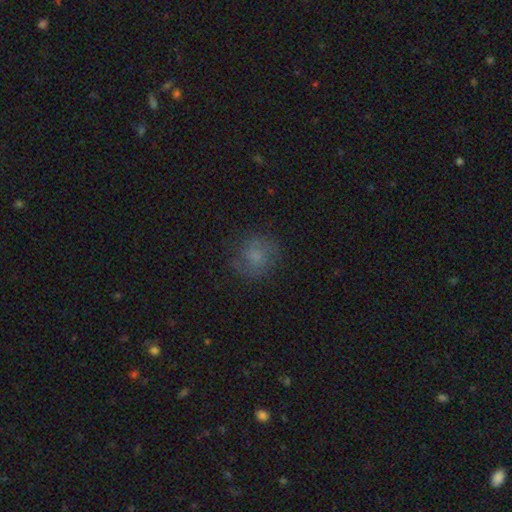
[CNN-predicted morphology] A smooth galaxy with no disk features (66%) that is round (80%). Merging: none (74%).